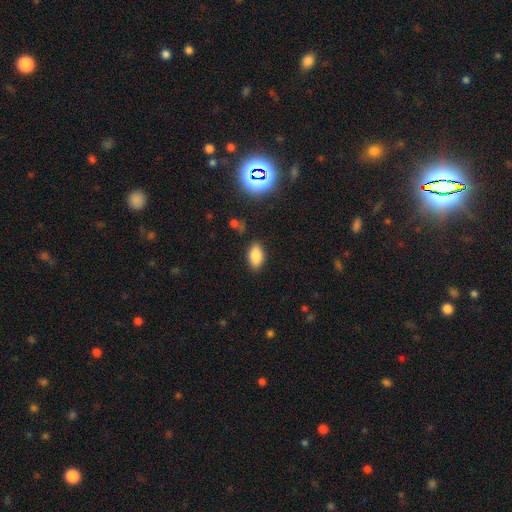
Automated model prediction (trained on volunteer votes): Smooth or featured? Predicted: smooth (p=0.82). How rounded? Predicted: in between (p=0.91). Merging? Predicted: none (p=0.85).